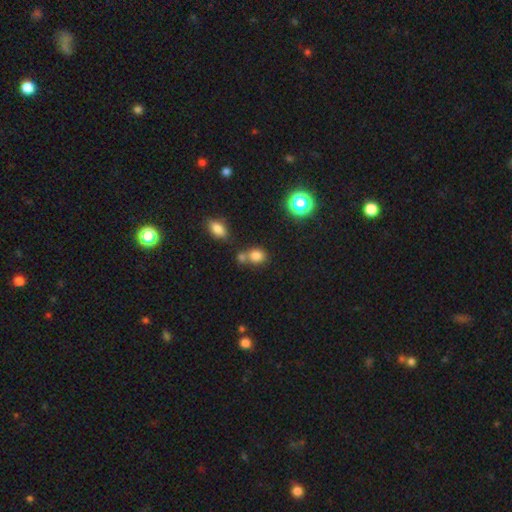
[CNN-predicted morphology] Overall: smooth (79%). How rounded: round (60%; in between 38%). Merging: none (53%; merger 32%).